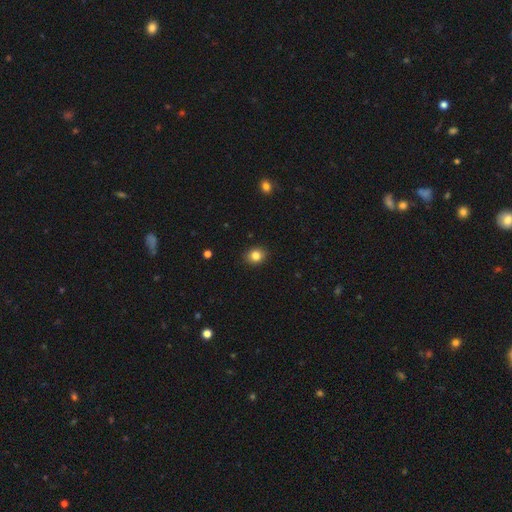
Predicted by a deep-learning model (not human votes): smooth-or-featured: smooth: 83% | star or artifact: 11% | featured or disk: 6%
  how-rounded: round: 68% | in between: 31% | cigar-shaped: 1%
  merging: none: 89% | minor disturbance: 9% | major disturbance: 2% | merger: 1%